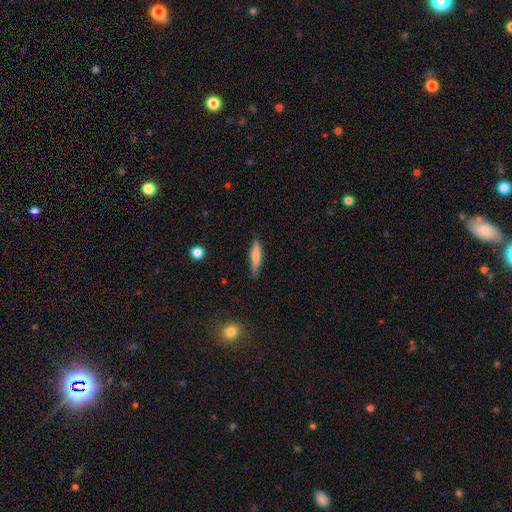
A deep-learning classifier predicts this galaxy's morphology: Smooth or featured?
  - smooth: 77% *
  - featured or disk: 17%
  - star or artifact: 6%
How rounded?
  - cigar-shaped: 82% *
  - in between: 17%
  - round: 2%
Merging?
  - none: 78% *
  - minor disturbance: 17%
  - major disturbance: 3%
  - merger: 1%